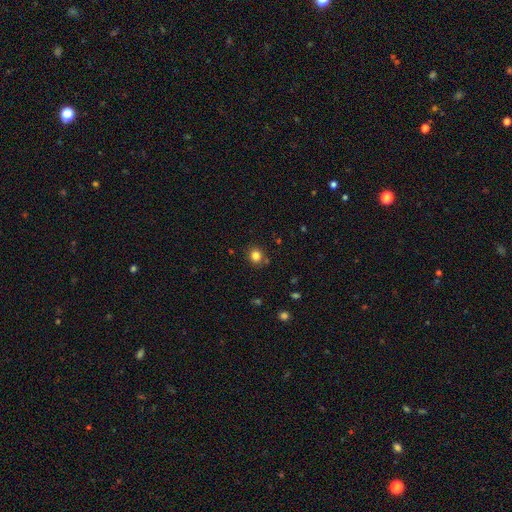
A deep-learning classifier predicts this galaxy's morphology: Smooth or featured: smooth — 82% (star or artifact — 13%)
How rounded: round — 85% (in between — 14%)
Merging: none — 84% (minor disturbance — 9%)